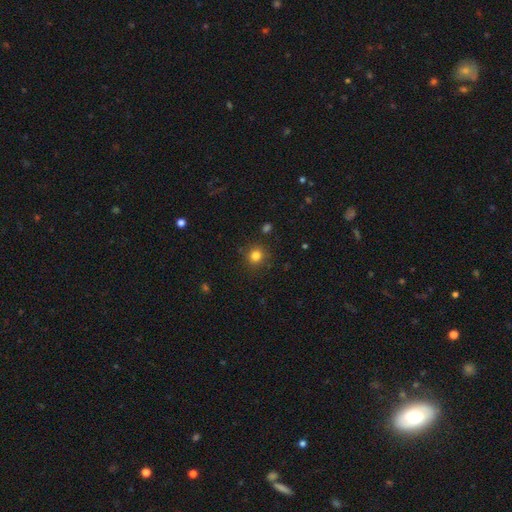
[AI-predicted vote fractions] smooth_or_featured: smooth (p=0.81) [alt: star or artifact p=0.14]
how_rounded: round (p=0.91) [alt: in between p=0.08]
merging: none (p=0.88) [alt: minor disturbance p=0.08]